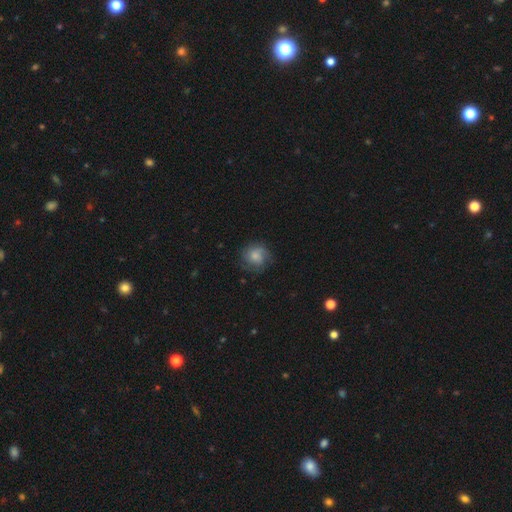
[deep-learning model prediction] Smooth or featured? Predicted: smooth (p=0.54). How rounded? Predicted: round (p=0.85). Merging? Predicted: none (p=0.73).